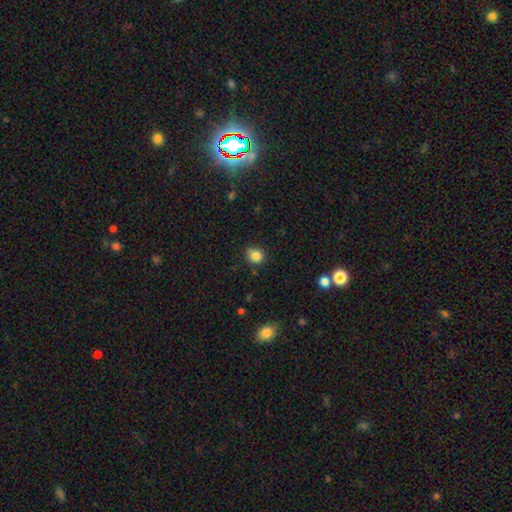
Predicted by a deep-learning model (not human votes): Morphology: type=smooth (83%); roundness=round (80%); merging=none (72%).